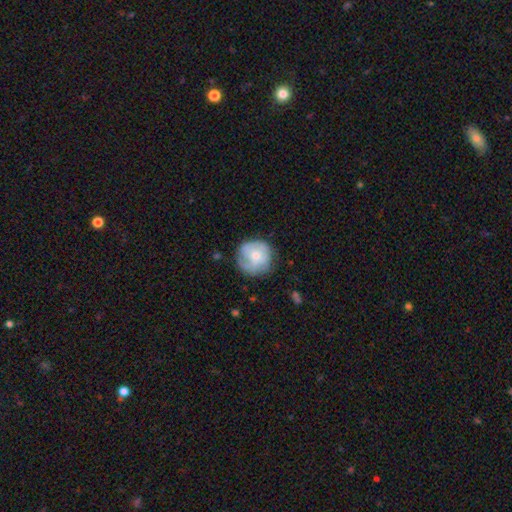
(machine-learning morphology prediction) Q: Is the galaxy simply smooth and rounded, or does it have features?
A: smooth — 48%.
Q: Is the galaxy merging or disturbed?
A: none — 68%.